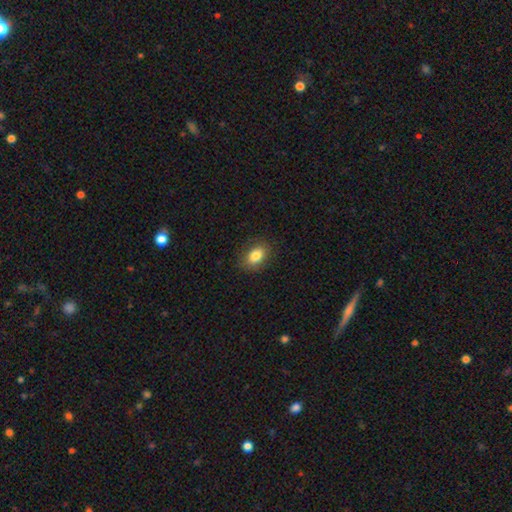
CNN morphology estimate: smooth_or_featured: smooth (p=0.83) [alt: featured or disk p=0.09]
how_rounded: in between (p=0.79) [alt: round p=0.20]
merging: none (p=0.87) [alt: minor disturbance p=0.10]